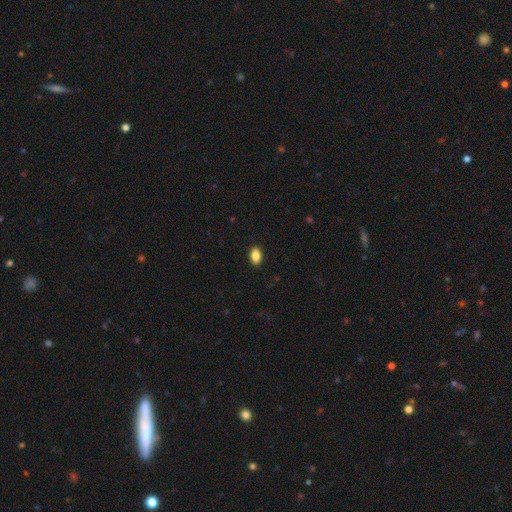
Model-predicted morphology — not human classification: Q: Smooth or featured?
A: smooth (87%); runner-up: star or artifact (8%)
Q: How rounded?
A: in between (89%); runner-up: round (9%)
Q: Merging?
A: none (90%); runner-up: minor disturbance (8%)